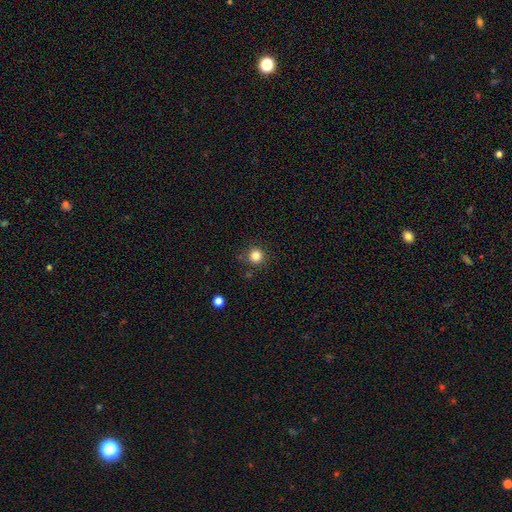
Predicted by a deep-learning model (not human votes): Smooth or featured? smooth (84%)
How rounded? round (95%)
Merging? none (88%)